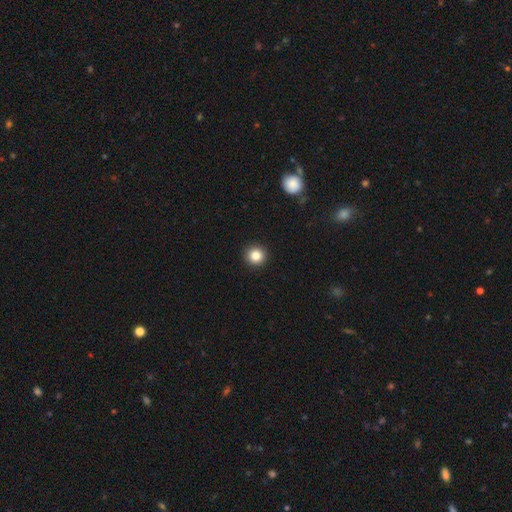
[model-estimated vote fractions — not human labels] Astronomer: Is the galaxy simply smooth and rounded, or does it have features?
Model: smooth — 84%.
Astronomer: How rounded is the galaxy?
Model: round — 95%.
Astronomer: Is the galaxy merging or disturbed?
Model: none — 94%.